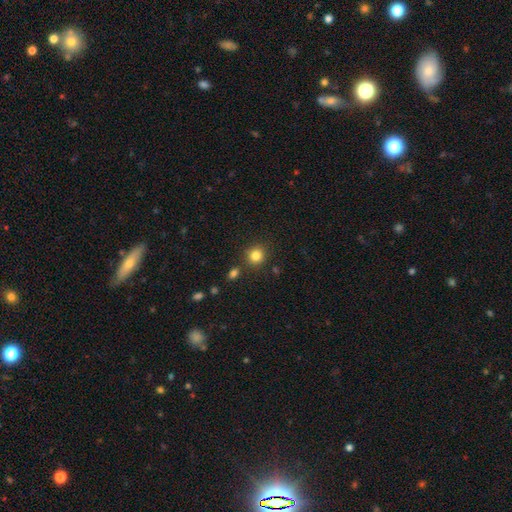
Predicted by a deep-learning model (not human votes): A smooth galaxy with no disk features (83%) that is round (89%). Merging: none (84%).